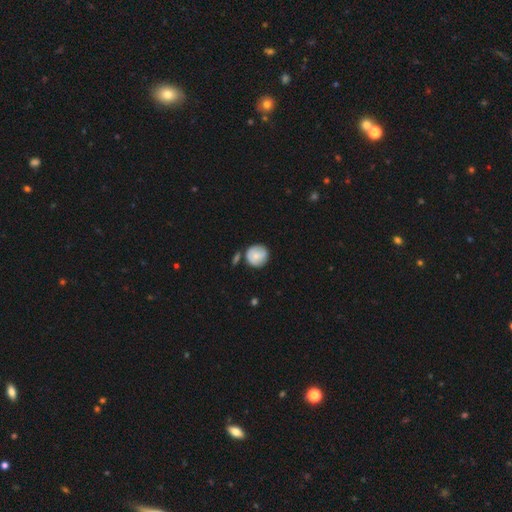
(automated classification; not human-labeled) The model was most divided on "merging": none: 66%, minor disturbance: 19%, merger: 11%, major disturbance: 4%. More confident: how rounded — round (91%); smooth or featured — smooth (73%).